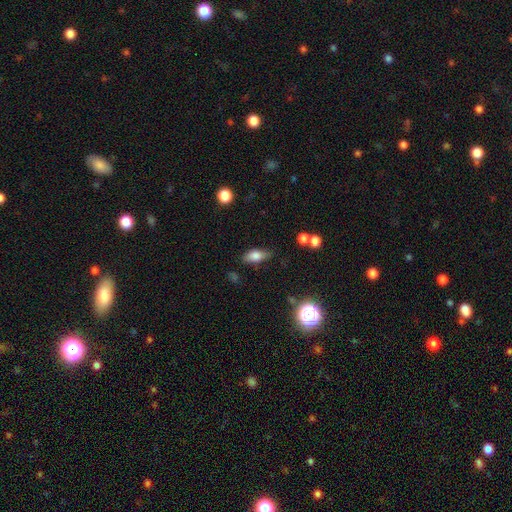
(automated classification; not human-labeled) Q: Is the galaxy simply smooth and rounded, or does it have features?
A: smooth — 71%.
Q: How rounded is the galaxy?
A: in between — 80%.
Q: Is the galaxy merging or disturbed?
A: none — 73%.